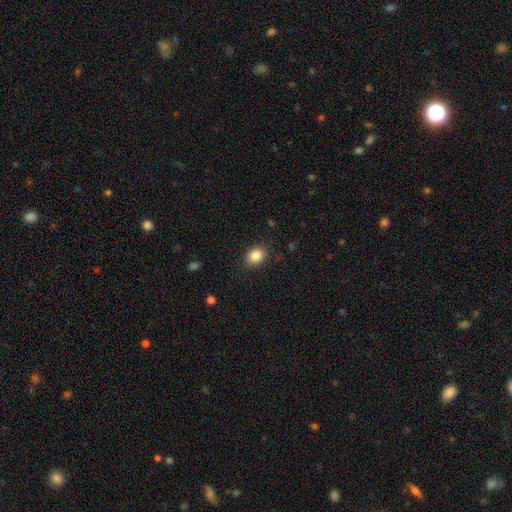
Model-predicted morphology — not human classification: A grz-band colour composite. It shows a smooth galaxy with no disk features (86%) that is in between round and cigar-shaped (52%). Merging: none (86%).